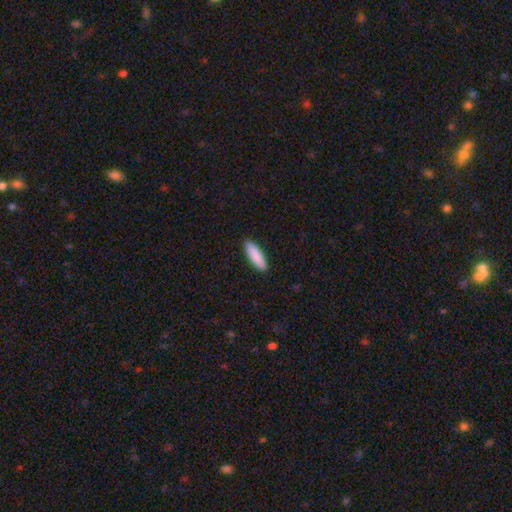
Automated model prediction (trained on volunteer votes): This appears to be a smooth galaxy with no disk features (89%) that is cigar-shaped (59%). Merging: none (91%).